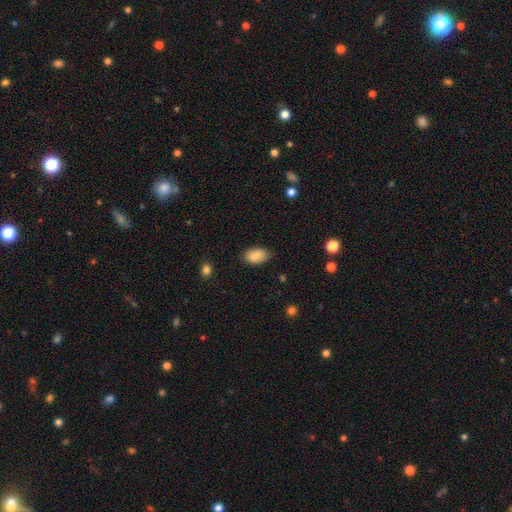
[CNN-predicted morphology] A smooth galaxy with no disk features (88%) that is in between round and cigar-shaped (93%).

Vote fractions:
- Smooth or featured? smooth: 88% / star or artifact: 7% / featured or disk: 5%
- How rounded? in between: 93% / round: 5% / cigar-shaped: 2%
- Merging? none: 76% / minor disturbance: 19% / major disturbance: 3% / merger: 1%